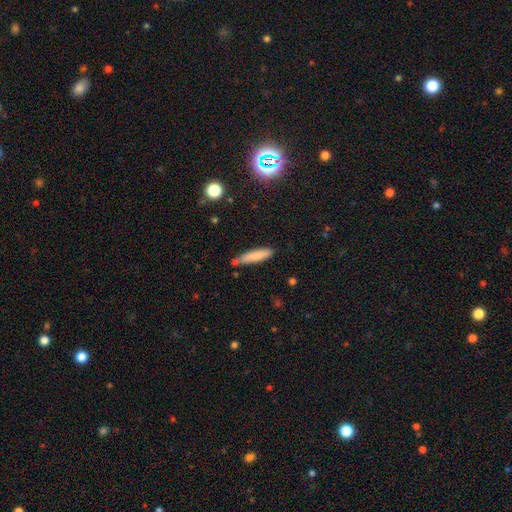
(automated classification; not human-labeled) Morphology: type=smooth (79%); roundness=cigar-shaped (83%); merging=none (69%).